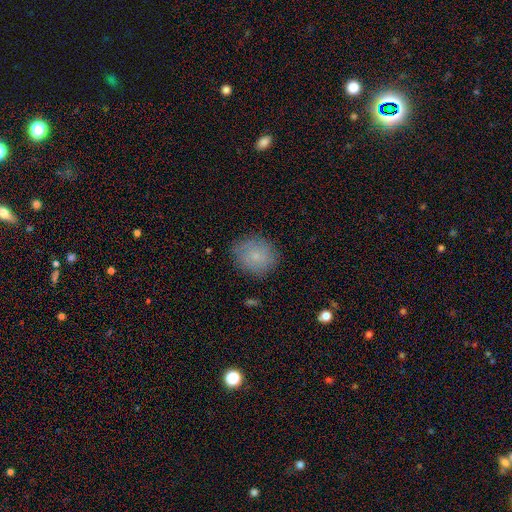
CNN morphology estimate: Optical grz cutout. It shows a smooth galaxy with no disk features (72%) that is round (76%). Merging: none (78%).